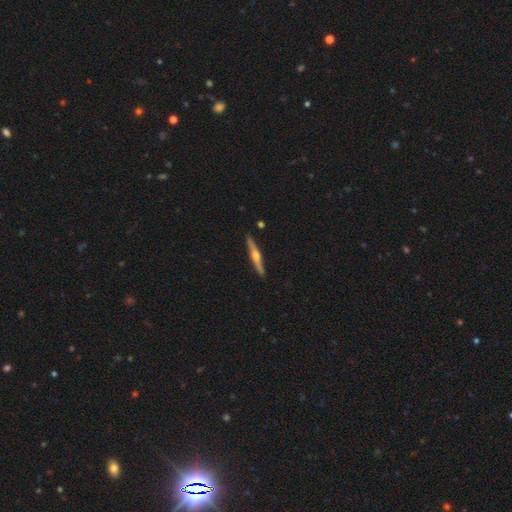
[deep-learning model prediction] Morphology: type=featured or disk (75%); edge-on=yes (98%); edge-on bulge=rounded (91%); merging=none (91%).